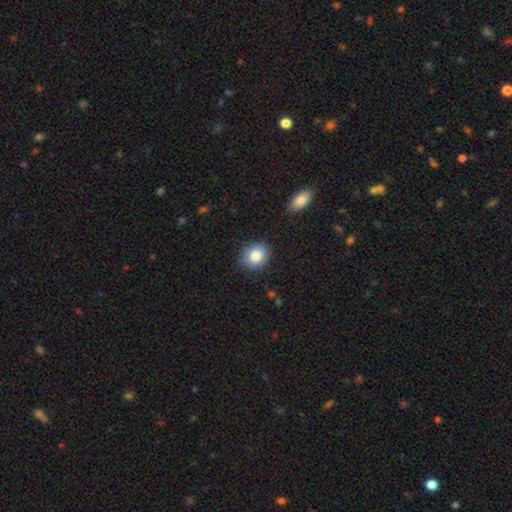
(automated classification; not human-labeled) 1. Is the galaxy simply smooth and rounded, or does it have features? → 85% smooth, 9% star or artifact, 7% featured or disk.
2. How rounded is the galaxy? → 71% round, 28% in between, 1% cigar-shaped.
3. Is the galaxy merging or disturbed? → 85% none, 11% minor disturbance, 3% major disturbance, 1% merger.